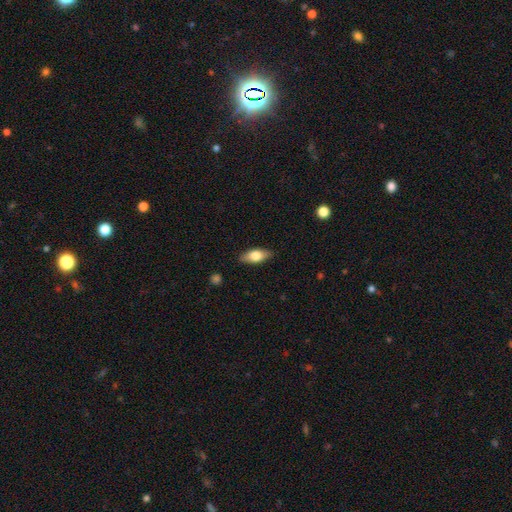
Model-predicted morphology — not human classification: Smooth or featured? smooth (70%)
How rounded? in between (82%)
Merging? none (86%)